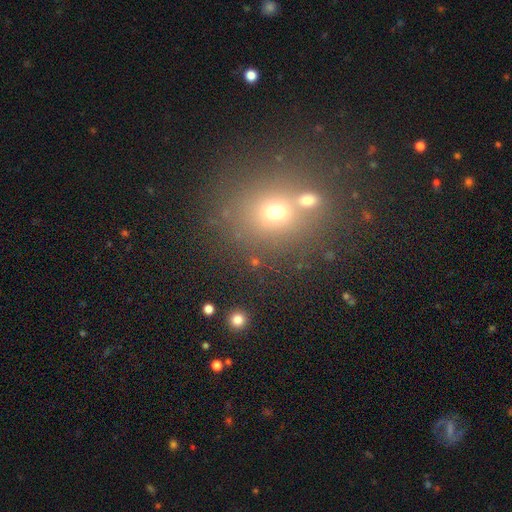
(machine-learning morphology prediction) The model was most divided on "smooth or featured": smooth: 53%, star or artifact: 33%, featured or disk: 14%. More confident: how rounded — round (76%); merging — none (57%).